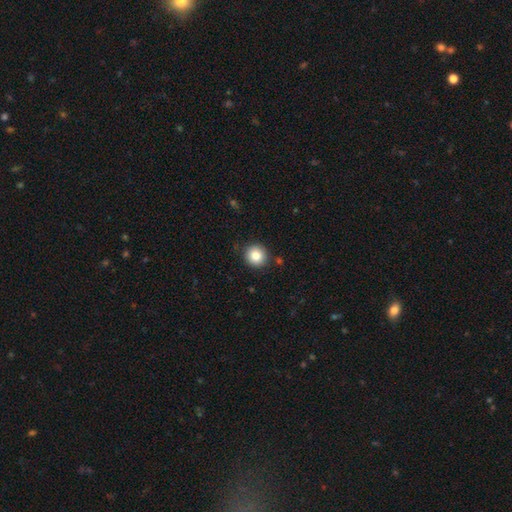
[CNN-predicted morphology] A smooth galaxy with no disk features (85%) that is round (92%). Merging: none (89%).